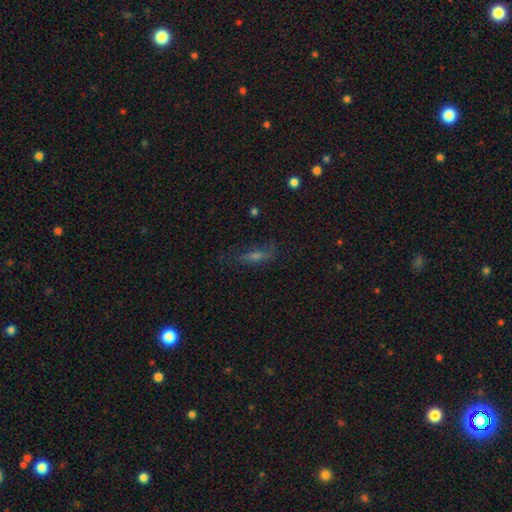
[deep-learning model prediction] featured or disk 42%, smooth 39%, star or artifact 19%. Down the decision tree: merging — none (67%).